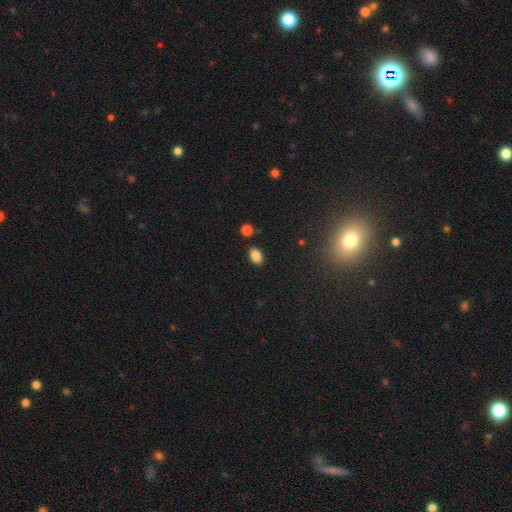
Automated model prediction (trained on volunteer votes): The model was most divided on "how rounded": in between: 86%, round: 12%, cigar-shaped: 2%. More confident: smooth or featured — smooth (85%); merging — none (84%).